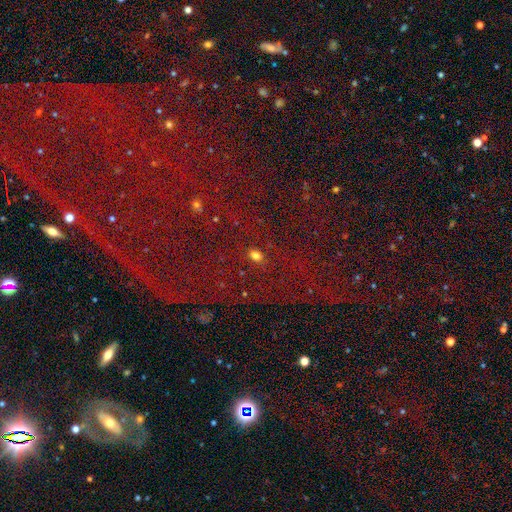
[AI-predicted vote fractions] Overall: smooth (69%). How rounded: in between (65%; round 32%). Merging: none (82%).